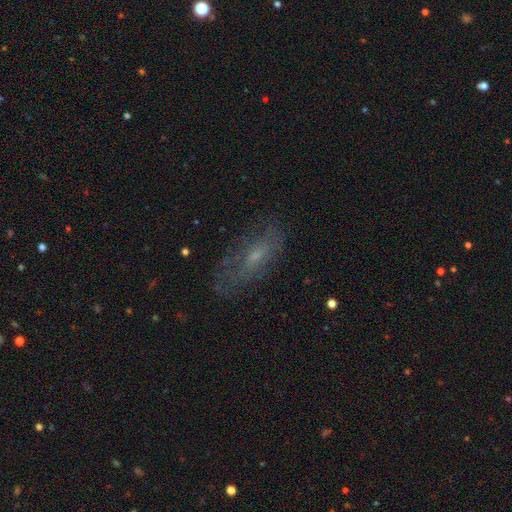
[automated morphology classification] Smooth or featured: featured or disk — 51% (smooth — 38%)
Edge-on disk: no — 81% (yes — 19%)
Merging: none — 66% (minor disturbance — 21%)